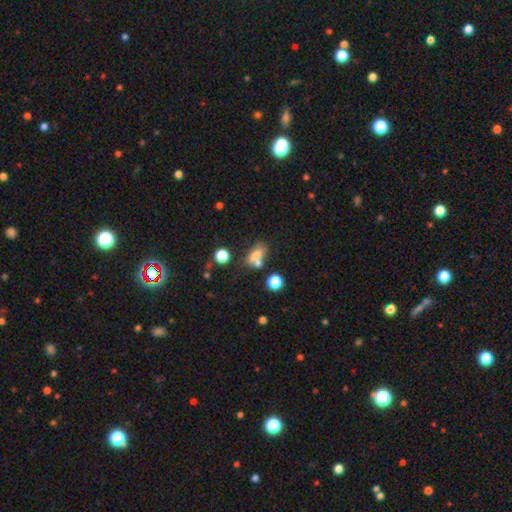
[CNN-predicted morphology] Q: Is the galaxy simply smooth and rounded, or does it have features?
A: smooth — 70%.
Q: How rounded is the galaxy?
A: in between — 72%.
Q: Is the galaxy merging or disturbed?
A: none — 43%.